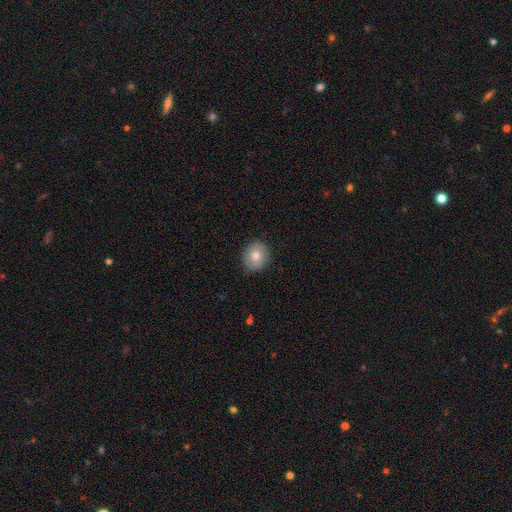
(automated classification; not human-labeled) Q: Smooth or featured?
A: smooth (75%); runner-up: featured or disk (16%)
Q: How rounded?
A: round (78%); runner-up: in between (21%)
Q: Merging?
A: none (88%); runner-up: minor disturbance (9%)